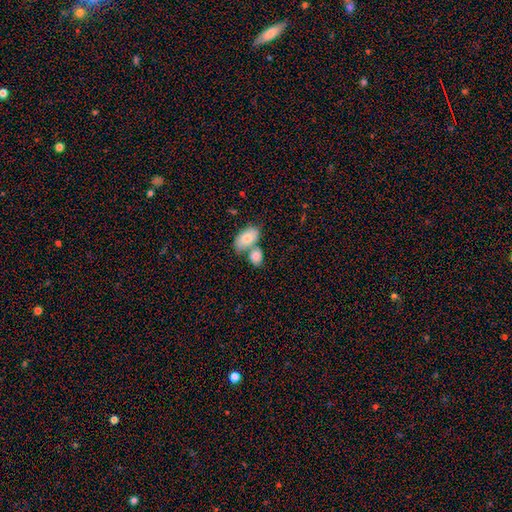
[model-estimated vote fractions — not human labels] smooth 81%, featured or disk 12%, star or artifact 7%. Down the decision tree: how rounded — in between (81%); merging — merger (50%).